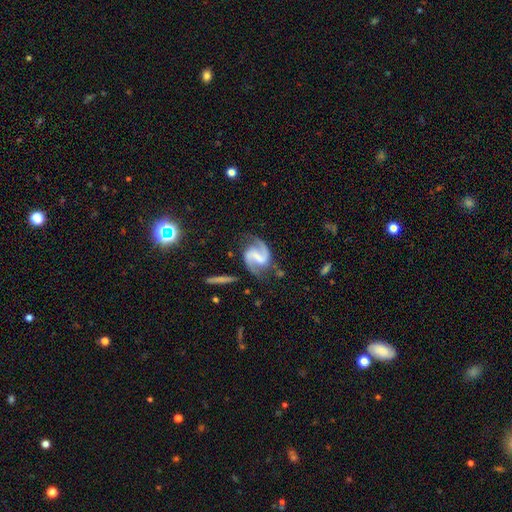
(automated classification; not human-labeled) Q: Smooth or featured?
A: featured or disk (90%); runner-up: smooth (5%)
Q: Edge-on disk?
A: no (98%); runner-up: yes (2%)
Q: Bar?
A: strong (44%); runner-up: weak (40%)
Q: Spiral arms?
A: yes (98%); runner-up: no (2%)
Q: Spiral winding?
A: medium (55%); runner-up: loose (29%)
Q: Spiral arm count?
A: 2 (93%); runner-up: can't tell (2%)
Q: Bulge size?
A: none (49%); runner-up: small (27%)
Q: Merging?
A: none (75%); runner-up: minor disturbance (15%)